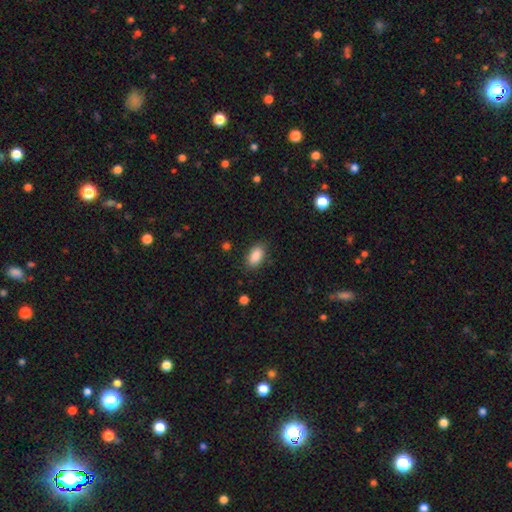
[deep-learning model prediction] This appears to be a smooth galaxy with no disk features (88%) that is in between round and cigar-shaped (92%). Merging: none (84%).